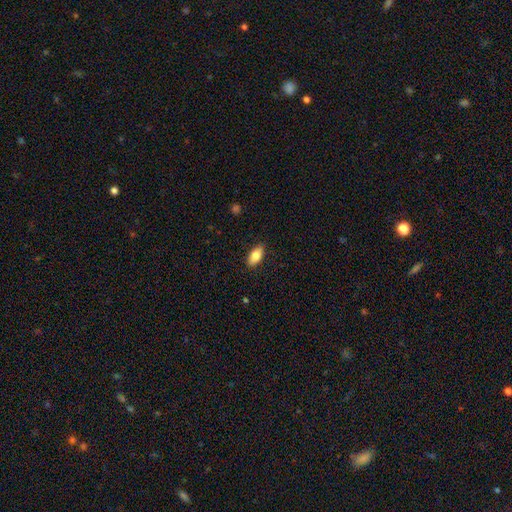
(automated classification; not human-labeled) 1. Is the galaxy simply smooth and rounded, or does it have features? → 81% smooth, 13% featured or disk, 7% star or artifact.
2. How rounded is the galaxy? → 88% in between, 9% cigar-shaped, 3% round.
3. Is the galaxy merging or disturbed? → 88% none, 9% minor disturbance, 2% major disturbance, 1% merger.